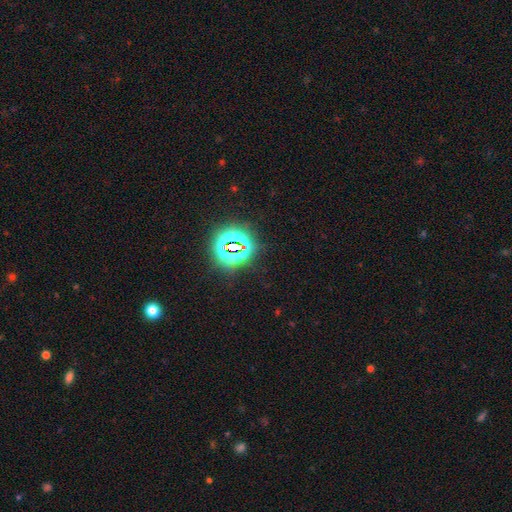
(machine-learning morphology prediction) Q: Smooth or featured?
A: star or artifact (82%); runner-up: smooth (12%)